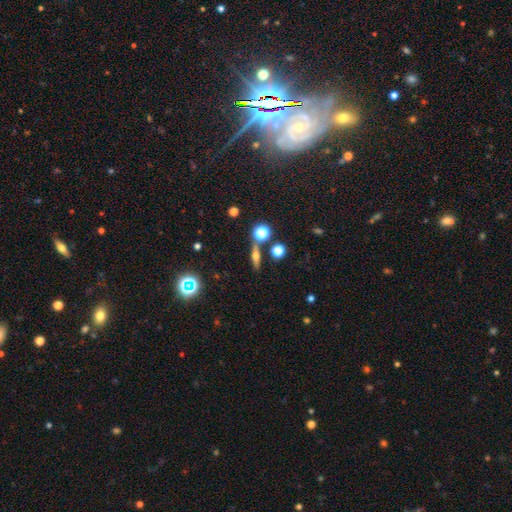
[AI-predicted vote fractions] featured or disk 49%, smooth 36%, star or artifact 15%. Down the decision tree: merging — none (78%).